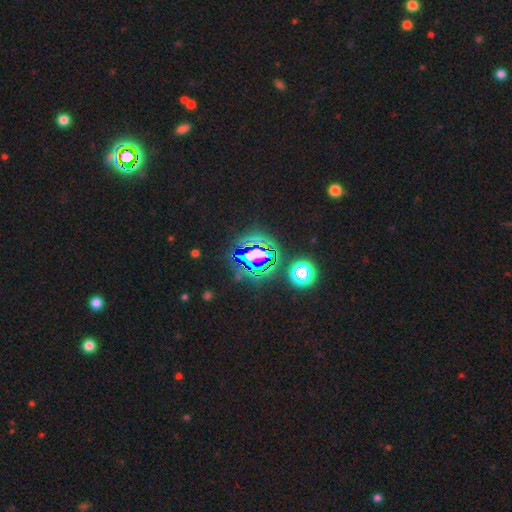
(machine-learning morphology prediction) Smooth or featured: star or artifact — 74% (smooth — 15%)